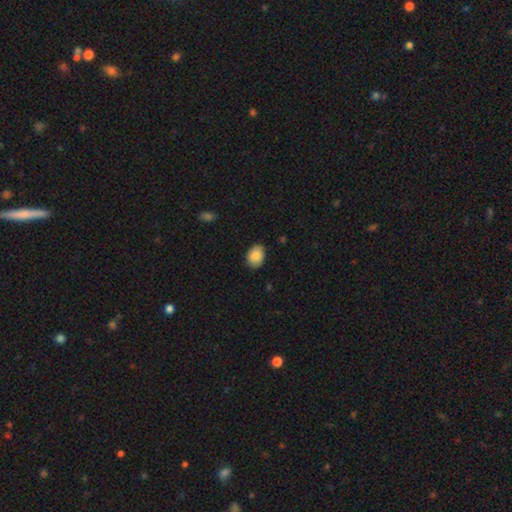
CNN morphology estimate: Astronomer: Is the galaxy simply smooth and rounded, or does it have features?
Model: smooth — 86%.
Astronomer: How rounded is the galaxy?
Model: in between — 71%.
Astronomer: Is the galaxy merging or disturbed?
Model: none — 86%.